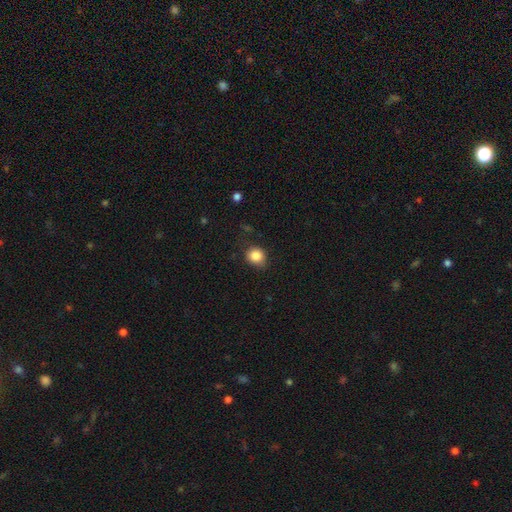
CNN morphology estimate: type=smooth (86%); roundness=round (71%); merging=none (79%).